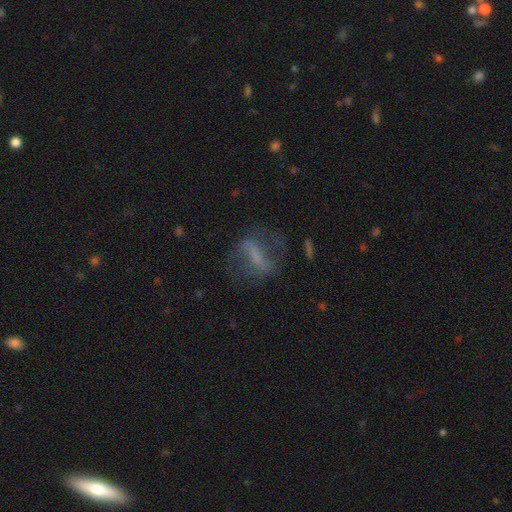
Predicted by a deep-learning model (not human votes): The model was most divided on "spiral arms": yes: 57%, no: 43%. Remaining: edge-on disk — no (88%); bar — strong (60%); smooth or featured — featured or disk (59%); merging — none (59%); bulge size — none (48%).